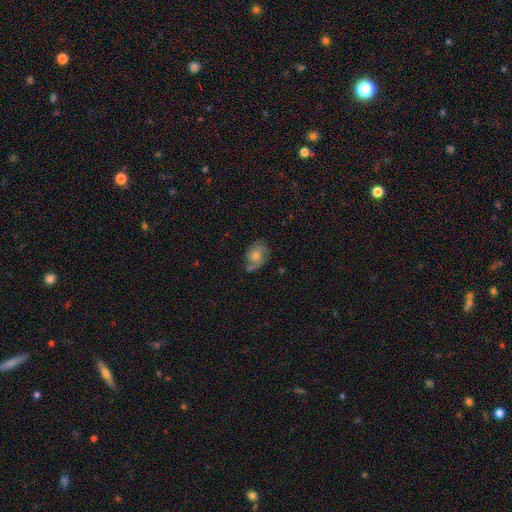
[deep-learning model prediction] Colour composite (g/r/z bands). It shows a featured or disk galaxy (55%) with no bar (78%), spiral arms (79%) and a moderate central bulge (65%). Merging: none (66%).